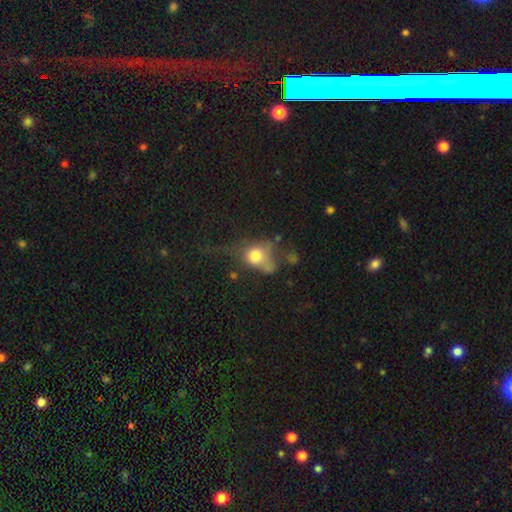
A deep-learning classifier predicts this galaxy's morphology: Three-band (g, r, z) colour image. It shows a smooth galaxy with no disk features (68%) that is in between round and cigar-shaped (54%). Merging: major disturbance (45%).